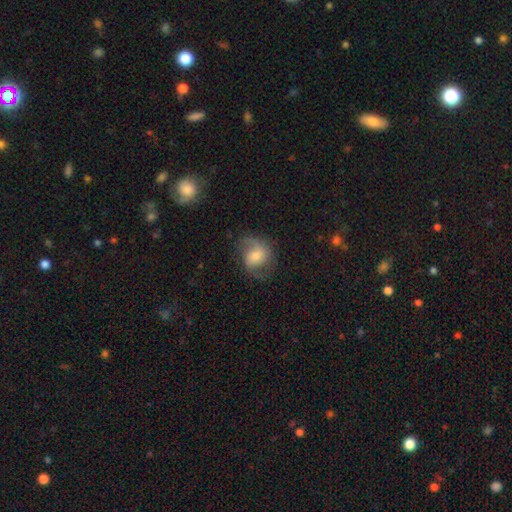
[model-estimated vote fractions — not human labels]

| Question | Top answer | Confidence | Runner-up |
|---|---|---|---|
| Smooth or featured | featured or disk | 58% | smooth (33%) |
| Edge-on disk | no | 97% | yes (3%) |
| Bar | no | 45% | weak (43%) |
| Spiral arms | yes | 89% | no (11%) |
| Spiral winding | medium | 47% | loose (32%) |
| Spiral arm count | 2 | 78% | 1 (10%) |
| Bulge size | moderate | 47% | small (32%) |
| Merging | none | 65% | minor disturbance (20%) |